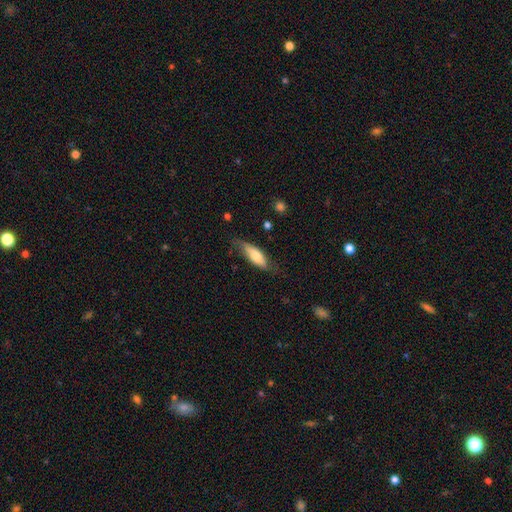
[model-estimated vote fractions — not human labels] Smooth or featured? Predicted: smooth (p=0.66). How rounded? Predicted: in between (p=0.60). Merging? Predicted: none (p=0.59).